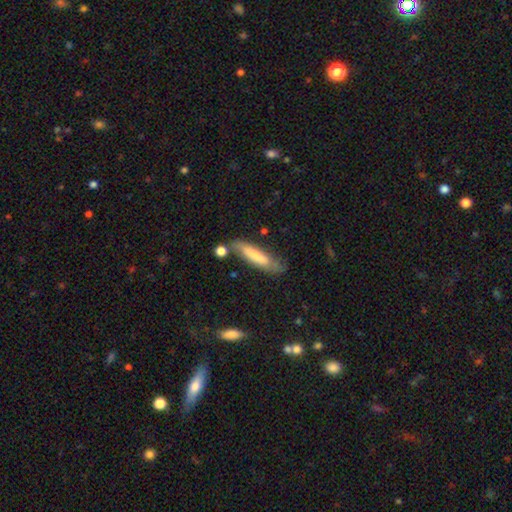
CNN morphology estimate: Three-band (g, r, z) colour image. It shows a smooth galaxy with no disk features (67%) that is cigar-shaped (77%). Merging: none (62%).